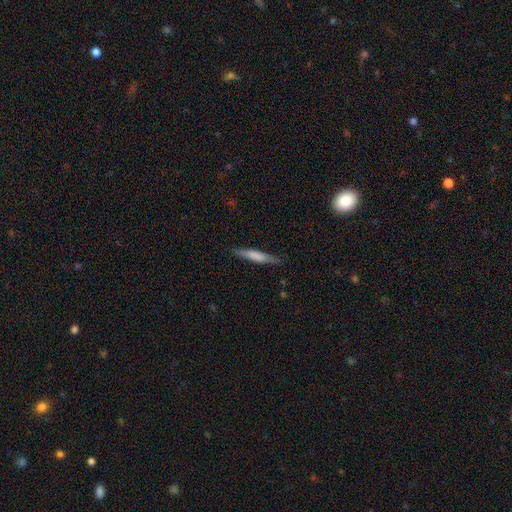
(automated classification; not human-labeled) smooth-or-featured: smooth: 64% | featured or disk: 30% | star or artifact: 6%
  how-rounded: cigar-shaped: 92% | in between: 7% | round: 1%
  merging: none: 87% | minor disturbance: 10% | major disturbance: 2% | merger: 1%